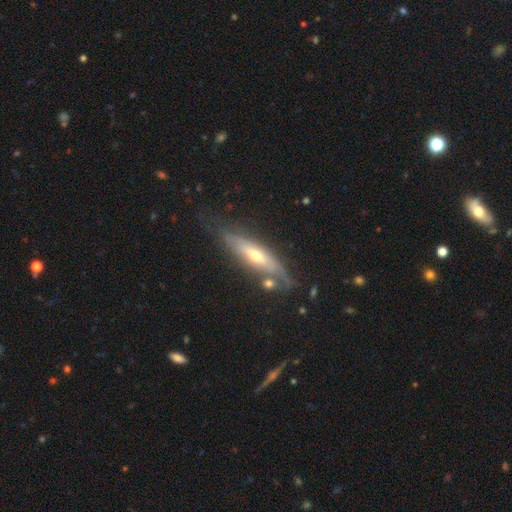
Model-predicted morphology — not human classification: Overall: featured or disk (68%). Edge-on disk: yes (68%; no 32%). Merging: none (67%).